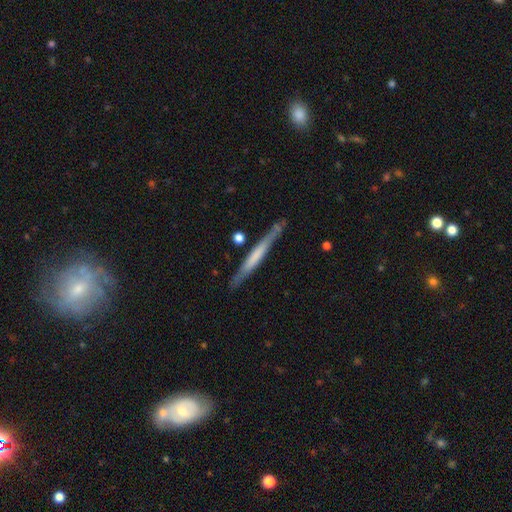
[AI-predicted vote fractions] Smooth or featured? featured or disk (48%)
Merging? none (81%)